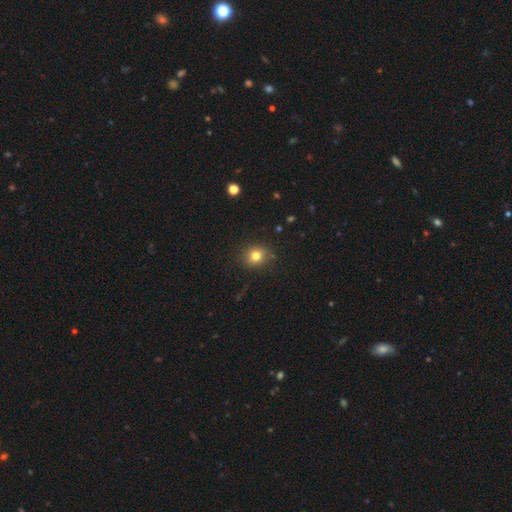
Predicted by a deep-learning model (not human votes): A smooth galaxy with no disk features (78%) that is round (79%). Merging: none (87%).